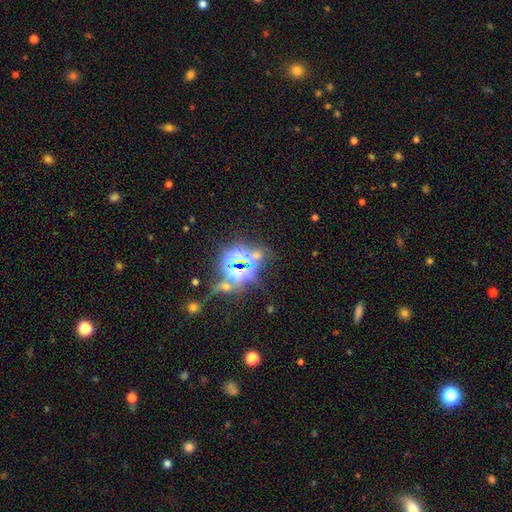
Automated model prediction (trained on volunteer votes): smooth-or-featured: star or artifact: 73% | smooth: 17% | featured or disk: 10%